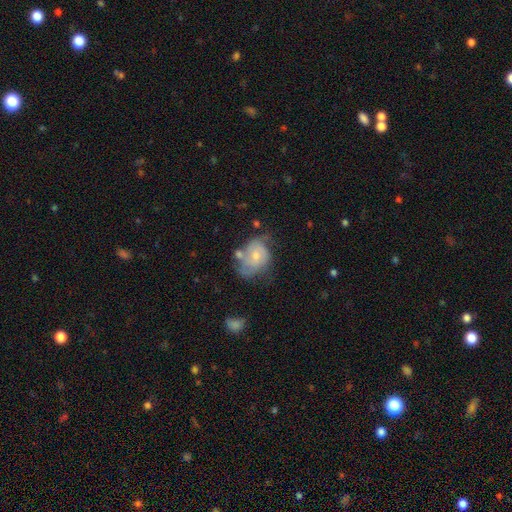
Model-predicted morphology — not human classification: A featured or disk galaxy (62%) with no bar (66%), spiral arms (79%) and a small central bulge (50%). Merging: none (38%).